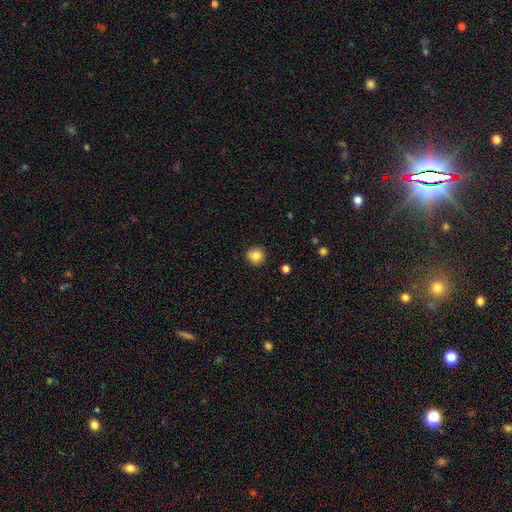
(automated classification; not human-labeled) This appears to be a smooth galaxy with no disk features (84%) that is round (91%). Merging: none (89%).